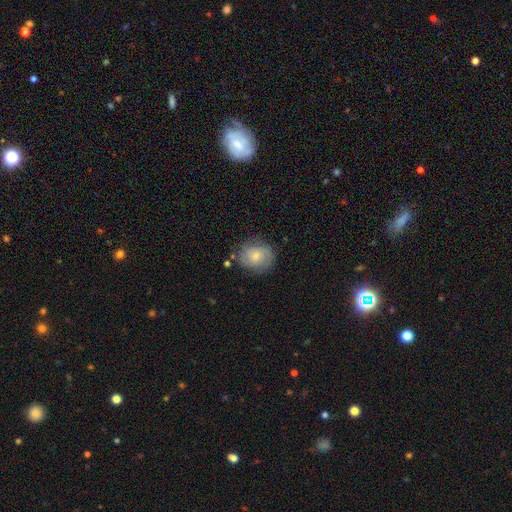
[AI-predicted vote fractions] smooth_or_featured: smooth (p=0.56) [alt: featured or disk p=0.35]
how_rounded: round (p=0.70) [alt: in between p=0.29]
merging: none (p=0.72) [alt: minor disturbance p=0.19]